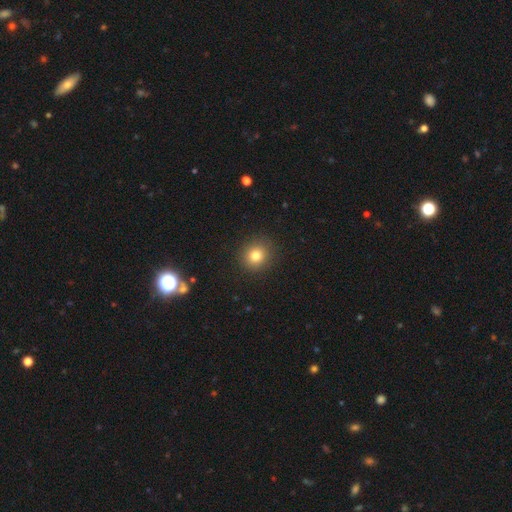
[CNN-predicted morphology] Smooth or featured: smooth — 80% (star or artifact — 13%)
How rounded: round — 88% (in between — 11%)
Merging: none — 91% (minor disturbance — 6%)